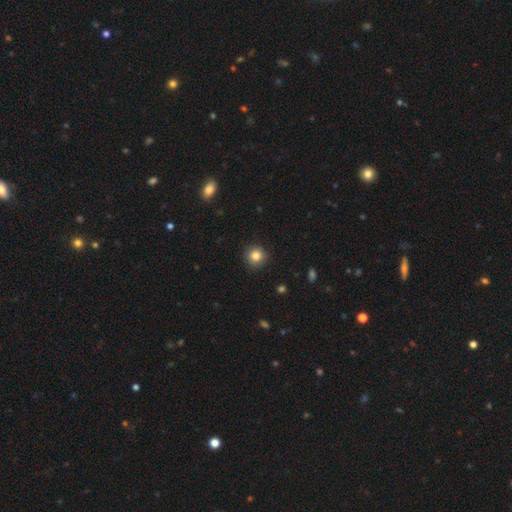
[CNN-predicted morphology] A smooth galaxy with no disk features (82%) that is round (94%).

Vote fractions:
- Smooth or featured? smooth: 82% / star or artifact: 11% / featured or disk: 7%
- How rounded? round: 94% / in between: 5% / cigar-shaped: 1%
- Merging? none: 91% / minor disturbance: 7% / major disturbance: 2% / merger: 1%